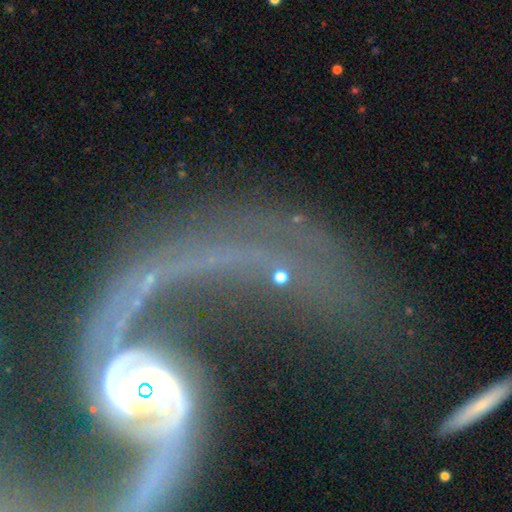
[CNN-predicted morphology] Smooth or featured? featured or disk (81%)
Edge-on disk? no (93%)
Bar? no (45%)
Spiral arms? yes (89%)
Spiral winding? loose (66%)
Spiral arm count? 2 (80%)
Bulge size? small (35%)
Merging? none (38%)